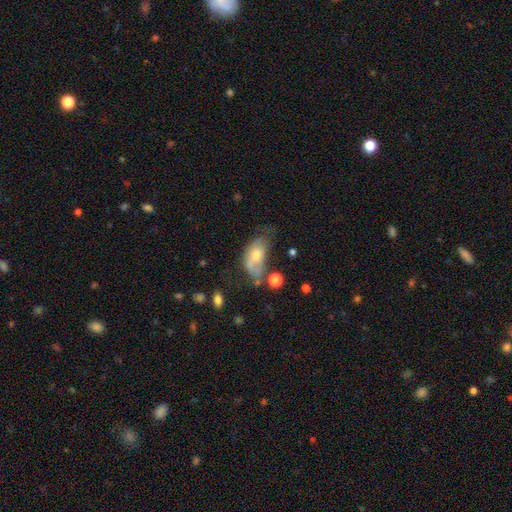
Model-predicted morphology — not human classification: Smooth or featured: smooth — 56% (featured or disk — 36%)
How rounded: in between — 89% (round — 8%)
Merging: major disturbance — 34% (minor disturbance — 29%)